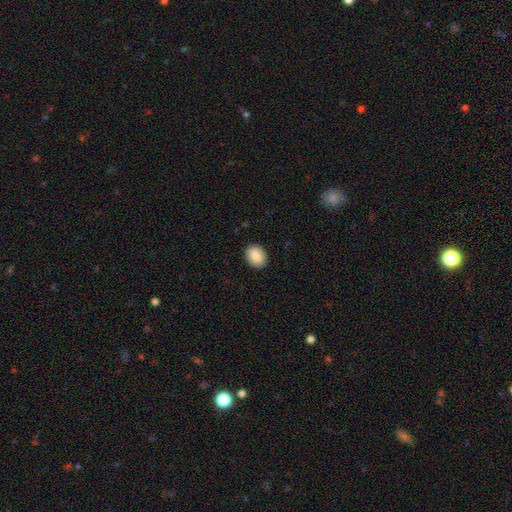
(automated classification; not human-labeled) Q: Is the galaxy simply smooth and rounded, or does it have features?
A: smooth — 87%.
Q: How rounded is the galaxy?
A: in between — 66%.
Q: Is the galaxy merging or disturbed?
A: none — 89%.